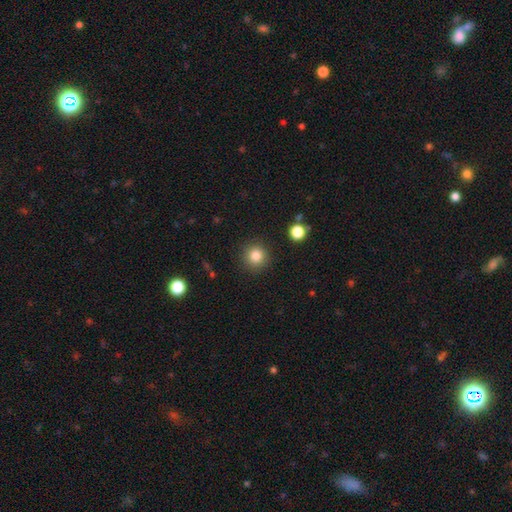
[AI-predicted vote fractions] Overall: smooth (83%). How rounded: round (94%). Merging: none (90%).